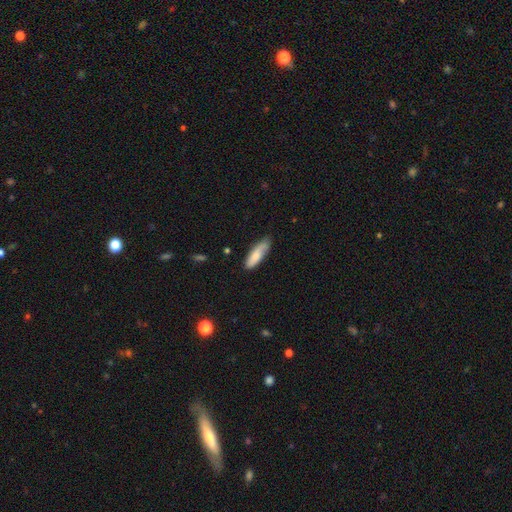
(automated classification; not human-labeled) A smooth galaxy with no disk features (74%) that is in between round and cigar-shaped (51%).

Vote fractions:
- Smooth or featured? smooth: 74% / featured or disk: 20% / star or artifact: 6%
- How rounded? in between: 51% / cigar-shaped: 48% / round: 2%
- Merging? none: 70% / minor disturbance: 24% / major disturbance: 4% / merger: 2%